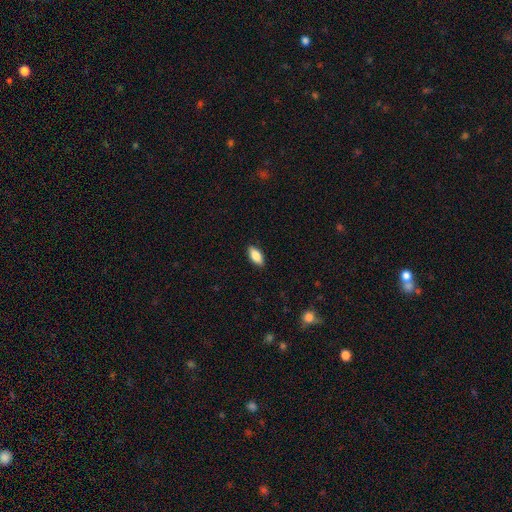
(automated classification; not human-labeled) This appears to be a smooth galaxy with no disk features (85%) that is in between round and cigar-shaped (86%). Merging: none (88%).